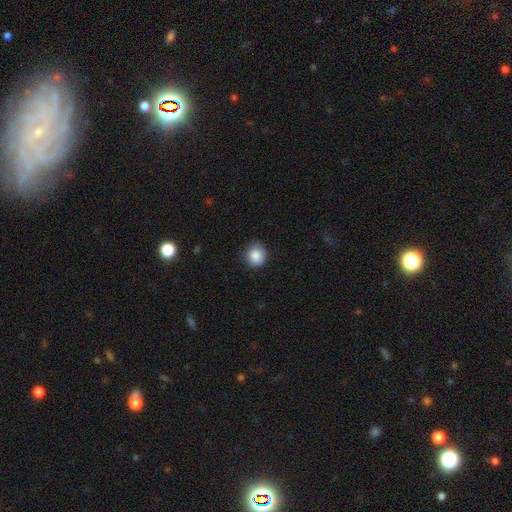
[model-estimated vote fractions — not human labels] Smooth or featured? smooth (87%)
How rounded? round (85%)
Merging? none (83%)